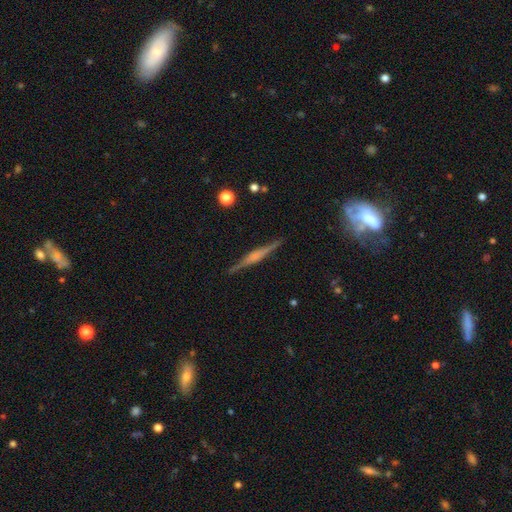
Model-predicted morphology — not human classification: This appears to be a featured or disk galaxy (74%) viewed edge-on (98%) with a rounded central bulge (45%). Merging: none (89%).